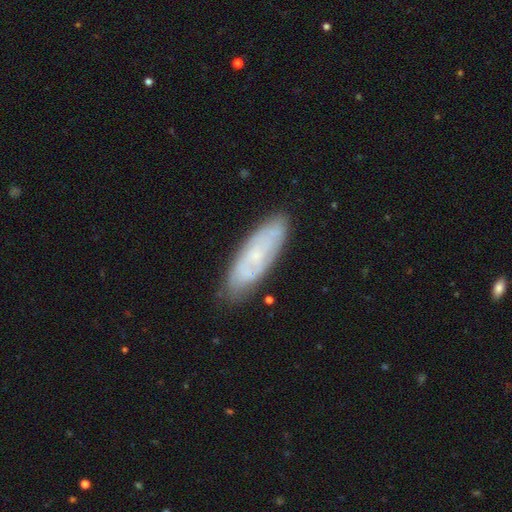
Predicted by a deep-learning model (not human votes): This is possibly a featured or disk galaxy (54%). It is likely not viewed edge-on (79%). Merging: likely none (79%).